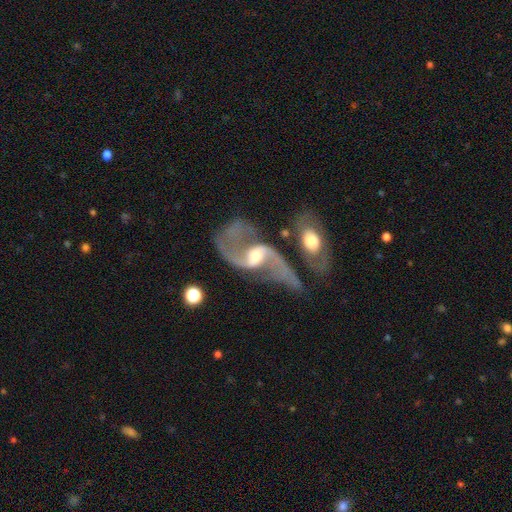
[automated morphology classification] smooth_or_featured: featured or disk (p=0.91) [alt: star or artifact p=0.05]
disk_edge_on: no (p=0.97) [alt: yes p=0.03]
bar: weak (p=0.47) [alt: no p=0.26]
has_spiral_arms: yes (p=0.96) [alt: no p=0.04]
spiral_winding: loose (p=0.76) [alt: medium p=0.19]
spiral_arm_count: 2 (p=0.92) [alt: 1 p=0.03]
bulge_size: moderate (p=0.57) [alt: small p=0.35]
merging: none (p=0.41) [alt: merger p=0.22]